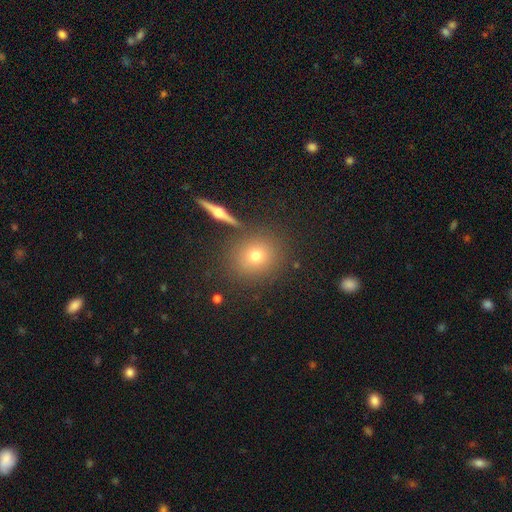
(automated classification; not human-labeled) Smooth or featured: smooth — 66% (featured or disk — 19%)
How rounded: round — 82% (in between — 16%)
Merging: none — 83% (minor disturbance — 8%)